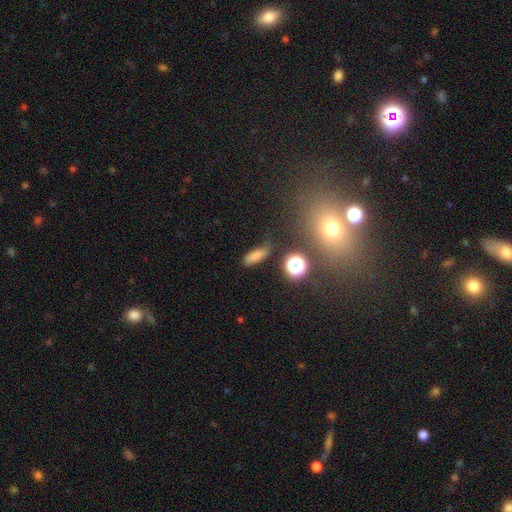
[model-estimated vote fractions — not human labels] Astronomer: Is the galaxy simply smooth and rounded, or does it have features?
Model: smooth — 74%.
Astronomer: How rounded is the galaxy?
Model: in between — 53% (runner-up: cigar-shaped, 39%).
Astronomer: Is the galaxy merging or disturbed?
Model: none — 69%.